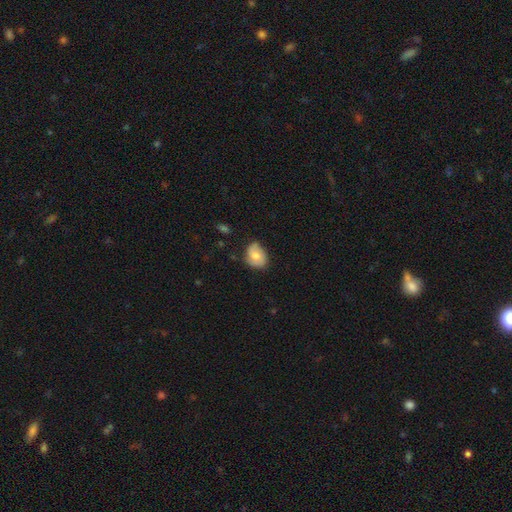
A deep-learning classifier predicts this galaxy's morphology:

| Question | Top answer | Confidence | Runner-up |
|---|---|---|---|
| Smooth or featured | smooth | 61% | featured or disk (31%) |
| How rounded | in between | 62% | round (37%) |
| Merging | none | 62% | minor disturbance (30%) |